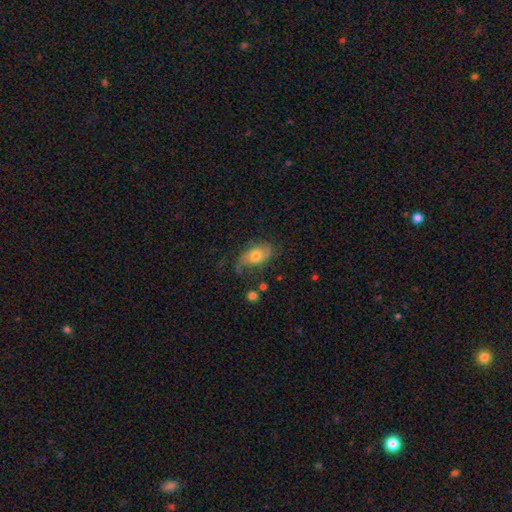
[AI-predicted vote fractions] smooth_or_featured: featured or disk (p=0.52) [alt: smooth p=0.40]
disk_edge_on: no (p=0.90) [alt: yes p=0.10]
merging: none (p=0.52) [alt: minor disturbance p=0.28]